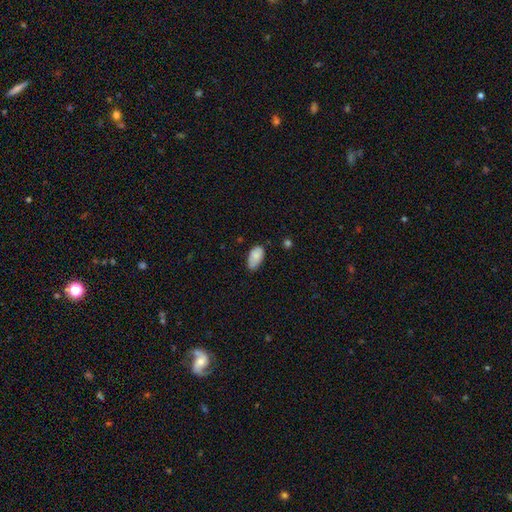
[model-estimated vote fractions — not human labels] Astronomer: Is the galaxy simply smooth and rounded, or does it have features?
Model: smooth — 85%.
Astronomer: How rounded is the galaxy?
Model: in between — 94%.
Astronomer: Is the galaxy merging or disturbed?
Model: none — 66%.